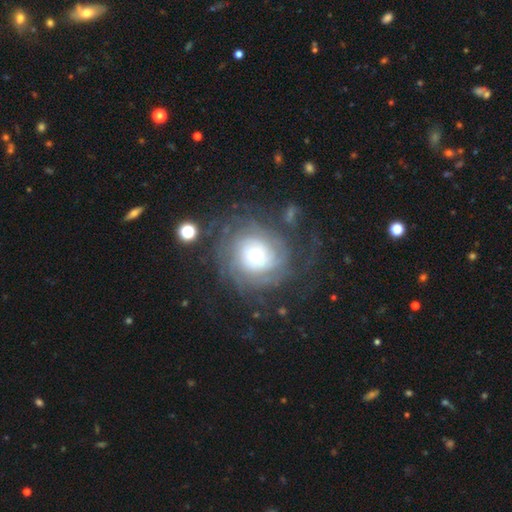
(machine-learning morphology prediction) Smooth or featured?
  - featured or disk: 78% *
  - smooth: 13%
  - star or artifact: 8%
Edge-on disk?
  - no: 97% *
  - yes: 3%
Bar?
  - no: 77% *
  - weak: 18%
  - strong: 5%
Spiral arms?
  - yes: 94% *
  - no: 6%
Spiral winding?
  - tight: 69% *
  - medium: 22%
  - loose: 9%
Spiral arm count?
  - can't tell: 39% *
  - 4: 14%
  - 2: 13%
  - 3: 13%
  - more than 4: 13%
  - 1: 8%
Bulge size?
  - moderate: 38% *
  - large: 33%
  - small: 22%
  - dominant: 5%
  - none: 2%
Merging?
  - none: 67% *
  - minor disturbance: 15%
  - major disturbance: 15%
  - merger: 3%